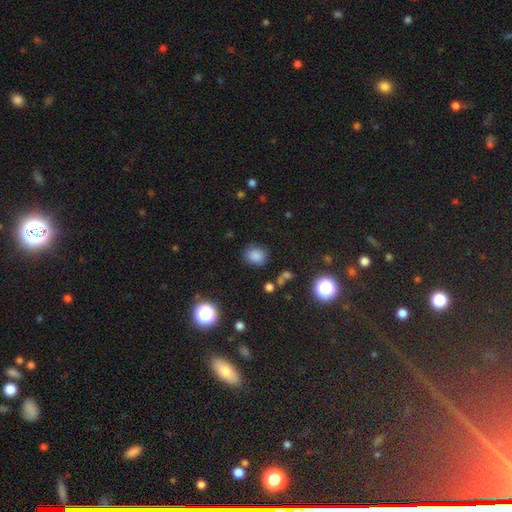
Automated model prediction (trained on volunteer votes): Smooth or featured: smooth — 82% (star or artifact — 14%)
How rounded: round — 77% (in between — 22%)
Merging: none — 84% (minor disturbance — 10%)